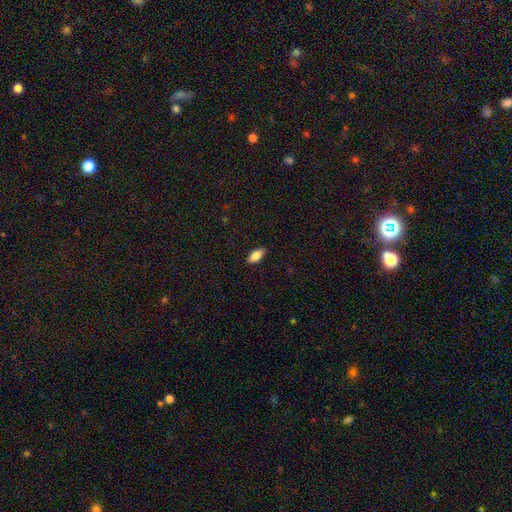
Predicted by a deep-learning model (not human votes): Overall: smooth (82%). How rounded: in between (89%). Merging: none (88%).